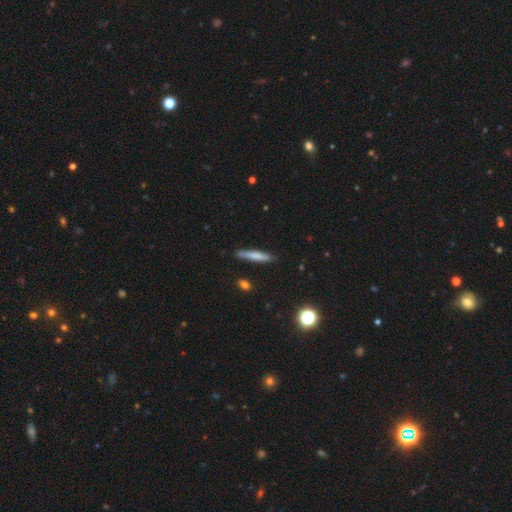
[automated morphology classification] smooth-or-featured: smooth: 68% | featured or disk: 25% | star or artifact: 7%
  how-rounded: cigar-shaped: 92% | in between: 6% | round: 2%
  merging: none: 85% | minor disturbance: 12% | major disturbance: 2% | merger: 2%